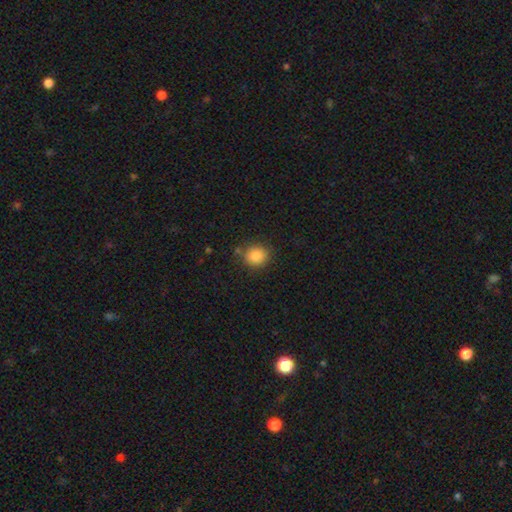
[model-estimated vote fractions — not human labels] The model was most divided on "how rounded": round: 83%, in between: 16%, cigar-shaped: 1%. More confident: smooth or featured — smooth (86%); merging — none (80%).